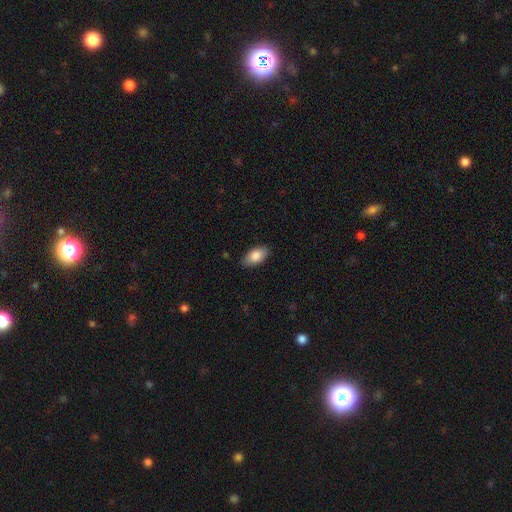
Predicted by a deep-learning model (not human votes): This is clearly a smooth galaxy (84%). How rounded: clearly in between (93%). Merging: clearly none (85%).